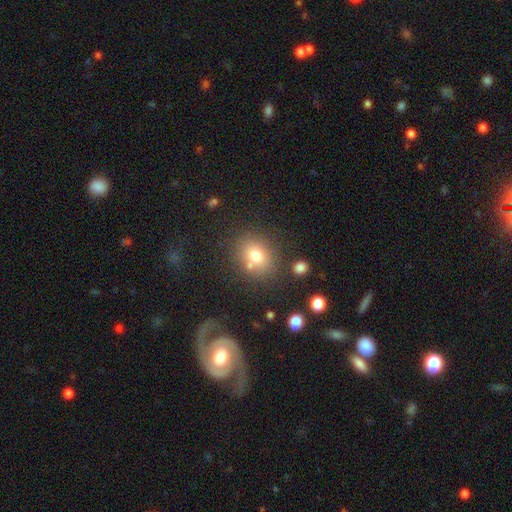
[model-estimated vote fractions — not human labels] A smooth galaxy with no disk features (74%) that is round (57%). Merging: none (70%).